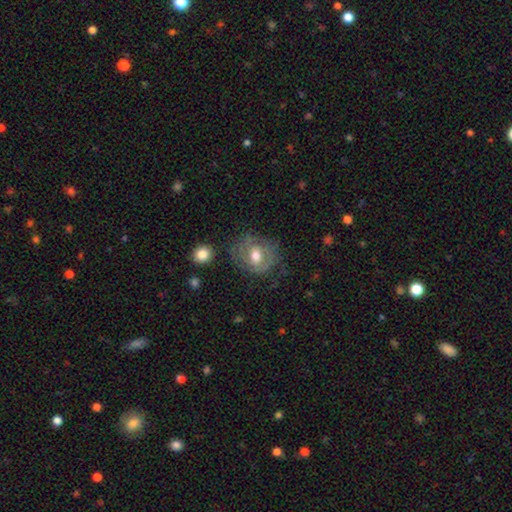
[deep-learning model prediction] This is possibly a featured or disk galaxy (52%). It is clearly not viewed edge-on (96%). Bar: possibly no (58%). Spiral arm pattern: possibly yes (53%). Central bulge: likely moderate (73%). Merging: possibly none (58%).